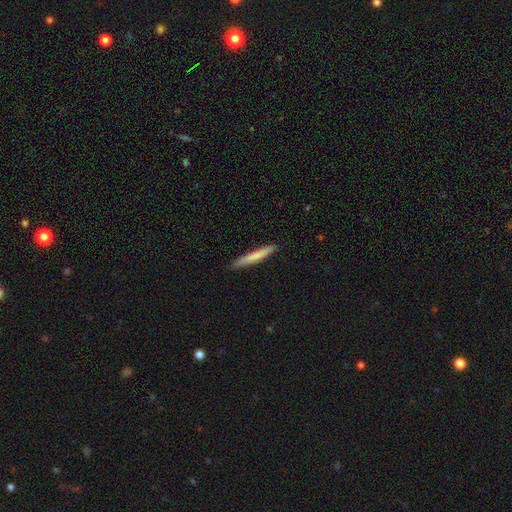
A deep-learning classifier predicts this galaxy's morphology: A smooth galaxy with no disk features (72%) that is cigar-shaped (96%). Merging: none (89%).